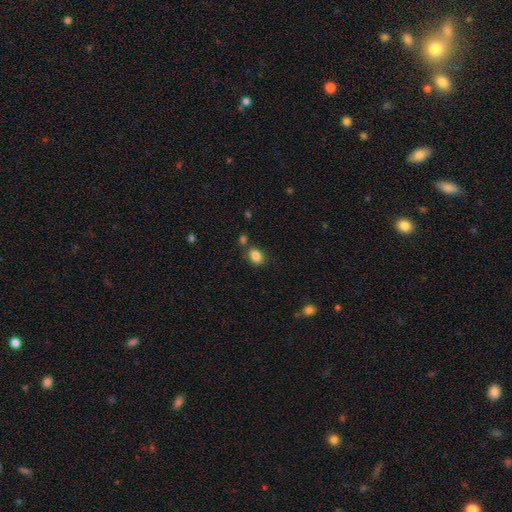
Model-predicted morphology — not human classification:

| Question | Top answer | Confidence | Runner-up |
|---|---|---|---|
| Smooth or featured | smooth | 84% | star or artifact (10%) |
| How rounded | in between | 64% | round (35%) |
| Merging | none | 74% | minor disturbance (12%) |